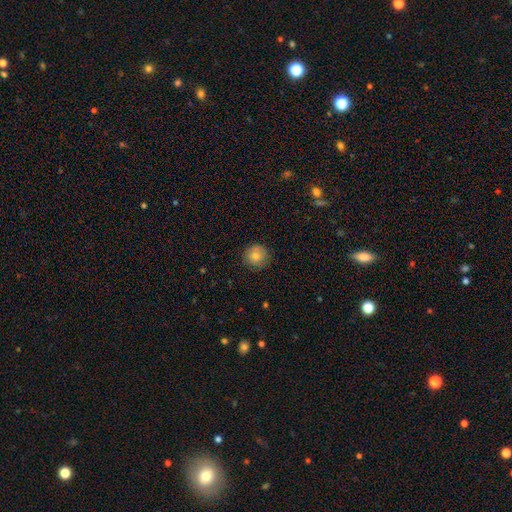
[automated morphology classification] smooth_or_featured: smooth (p=0.79) [alt: featured or disk p=0.12]
how_rounded: round (p=0.94) [alt: in between p=0.05]
merging: none (p=0.86) [alt: minor disturbance p=0.11]